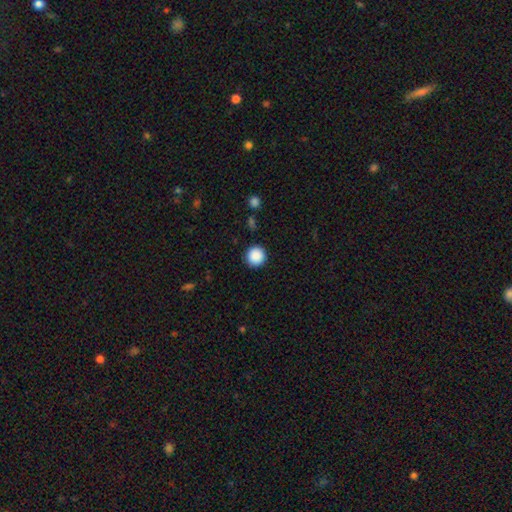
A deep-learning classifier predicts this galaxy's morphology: The model was most divided on "smooth or featured": smooth: 89%, star or artifact: 9%, featured or disk: 3%. More confident: how rounded — round (95%); merging — none (91%).